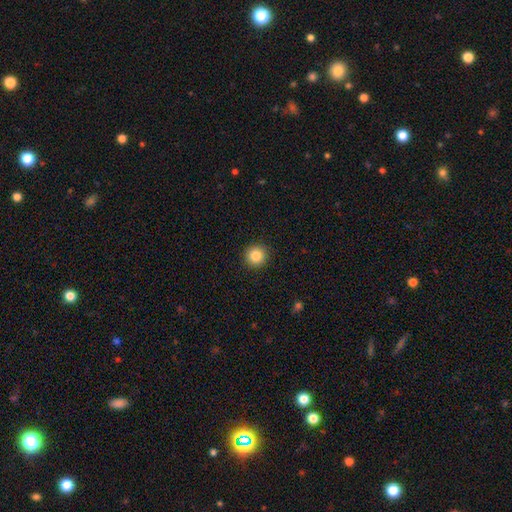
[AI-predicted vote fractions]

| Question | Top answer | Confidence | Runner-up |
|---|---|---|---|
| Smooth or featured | smooth | 85% | star or artifact (10%) |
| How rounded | round | 95% | in between (4%) |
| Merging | none | 92% | minor disturbance (5%) |